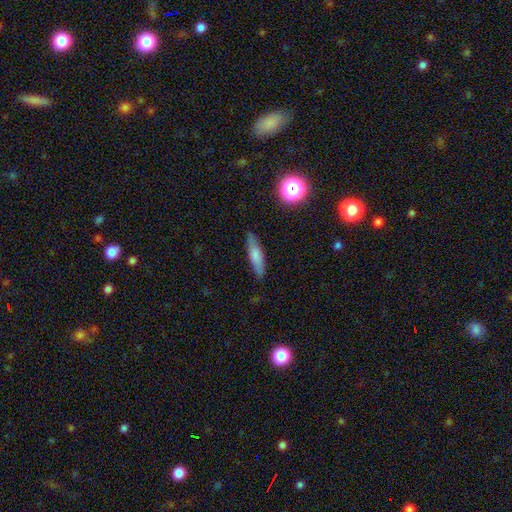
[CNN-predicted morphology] Smooth or featured?
  - smooth: 68% *
  - featured or disk: 24%
  - star or artifact: 8%
How rounded?
  - cigar-shaped: 70% *
  - in between: 27%
  - round: 2%
Merging?
  - none: 84% *
  - minor disturbance: 12%
  - major disturbance: 3%
  - merger: 1%